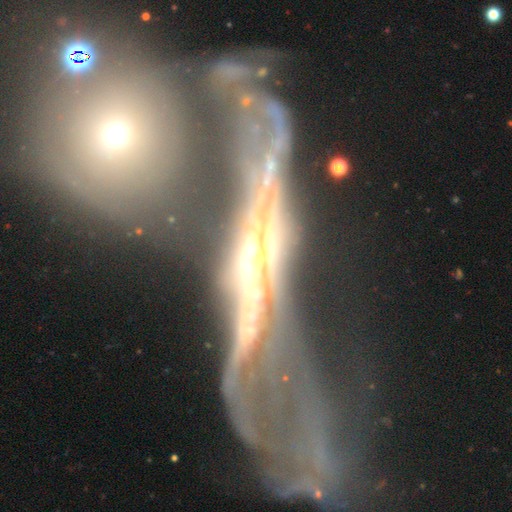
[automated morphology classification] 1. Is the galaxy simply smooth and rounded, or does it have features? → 76% featured or disk, 12% smooth, 11% star or artifact.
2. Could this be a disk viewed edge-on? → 57% yes, 43% no.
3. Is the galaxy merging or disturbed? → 39% merger, 26% major disturbance, 24% none, 11% minor disturbance.